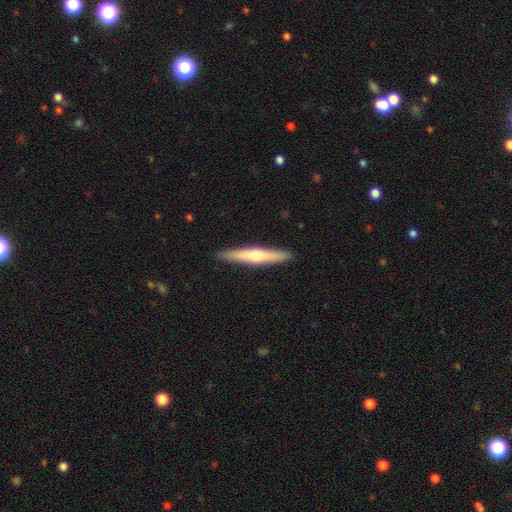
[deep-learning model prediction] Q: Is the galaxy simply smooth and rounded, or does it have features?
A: featured or disk — 53%.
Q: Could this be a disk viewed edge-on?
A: yes — 96%.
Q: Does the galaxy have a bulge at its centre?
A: rounded — 85%.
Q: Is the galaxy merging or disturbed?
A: none — 92%.